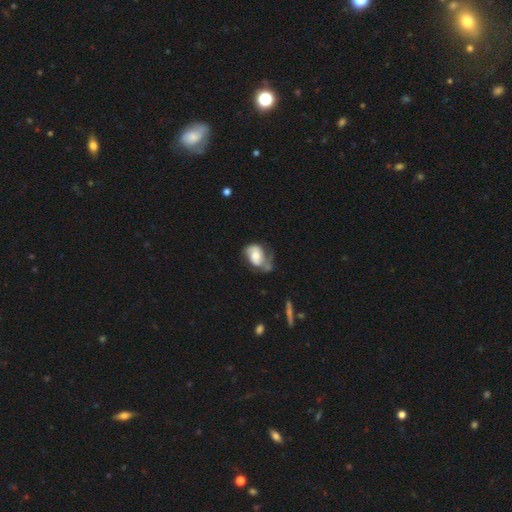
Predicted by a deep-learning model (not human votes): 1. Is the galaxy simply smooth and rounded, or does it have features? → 54% featured or disk, 39% smooth, 7% star or artifact.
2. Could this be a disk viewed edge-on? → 96% no, 4% yes.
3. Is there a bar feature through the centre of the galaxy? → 62% no, 29% weak, 9% strong.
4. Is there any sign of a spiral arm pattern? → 76% yes, 24% no.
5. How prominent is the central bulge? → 49% moderate, 24% small, 19% large, 5% none, 3% dominant.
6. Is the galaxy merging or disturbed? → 34% none, 31% minor disturbance, 27% major disturbance, 8% merger.